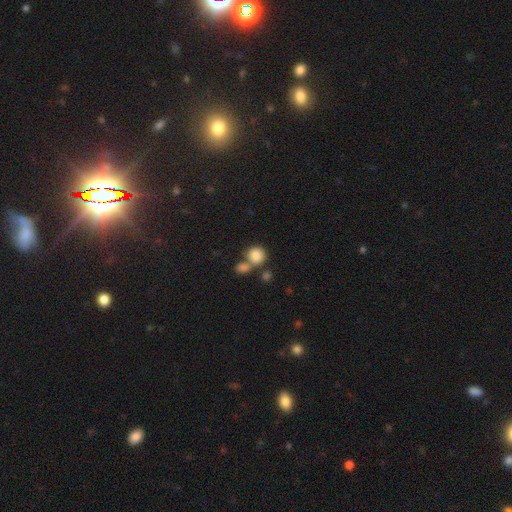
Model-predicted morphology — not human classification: Q: Smooth or featured?
A: smooth (84%); runner-up: star or artifact (9%)
Q: How rounded?
A: round (83%); runner-up: in between (16%)
Q: Merging?
A: merger (44%); runner-up: none (43%)